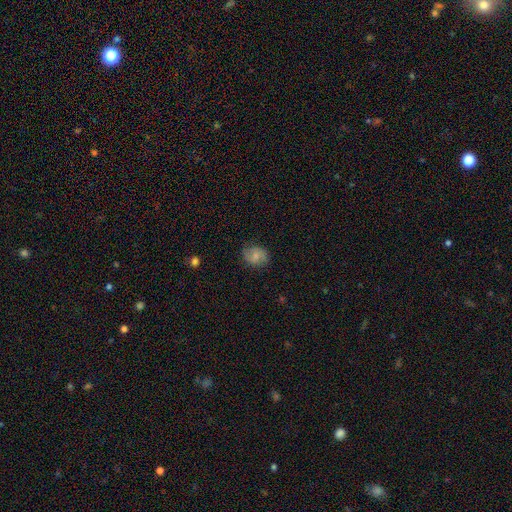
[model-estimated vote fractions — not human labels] Morphology: type=smooth (66%); roundness=round (50%); merging=none (78%).